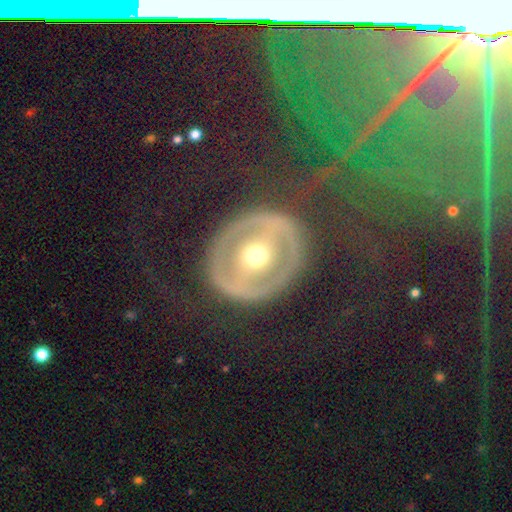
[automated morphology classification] Smooth or featured: featured or disk — 71% (smooth — 21%)
Edge-on disk: no — 93% (yes — 7%)
Bar: no — 40% (strong — 34%)
Spiral arms: no — 66% (yes — 34%)
Bulge size: moderate — 75% (small — 15%)
Merging: none — 76% (minor disturbance — 12%)